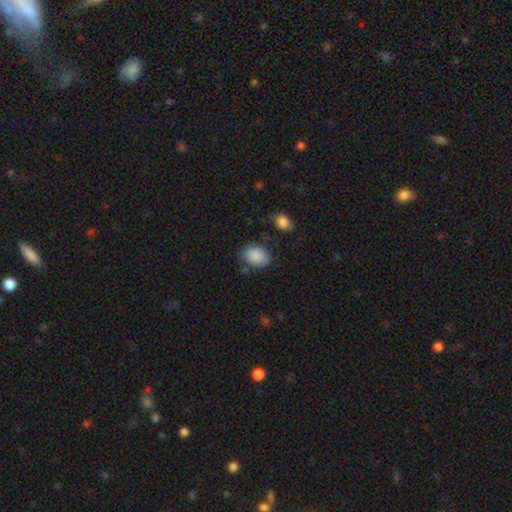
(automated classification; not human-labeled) A smooth galaxy with no disk features (88%) that is in between round and cigar-shaped (68%).

Vote fractions:
- Smooth or featured? smooth: 88% / star or artifact: 8% / featured or disk: 4%
- How rounded? in between: 68% / round: 31% / cigar-shaped: 1%
- Merging? none: 75% / minor disturbance: 17% / major disturbance: 5% / merger: 4%